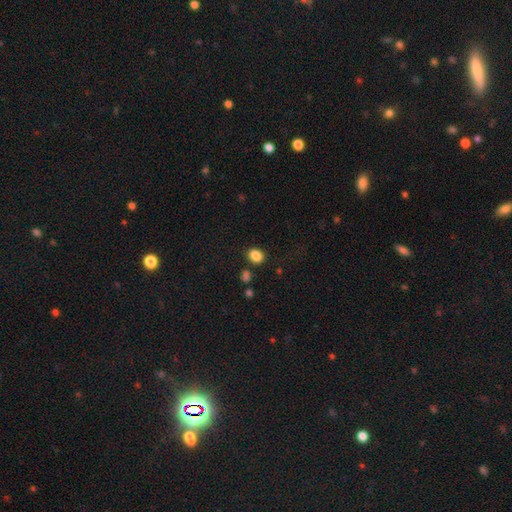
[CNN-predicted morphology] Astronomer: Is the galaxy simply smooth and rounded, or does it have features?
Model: smooth — 86%.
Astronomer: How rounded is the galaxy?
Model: in between — 51% (runner-up: round, 48%).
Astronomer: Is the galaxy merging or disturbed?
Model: none — 82%.